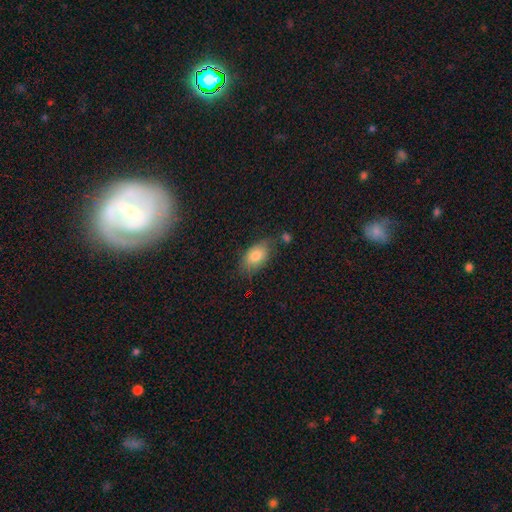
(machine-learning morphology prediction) smooth-or-featured: smooth: 79% | featured or disk: 13% | star or artifact: 8%
  how-rounded: in between: 89% | round: 8% | cigar-shaped: 2%
  merging: none: 66% | minor disturbance: 23% | major disturbance: 6% | merger: 5%